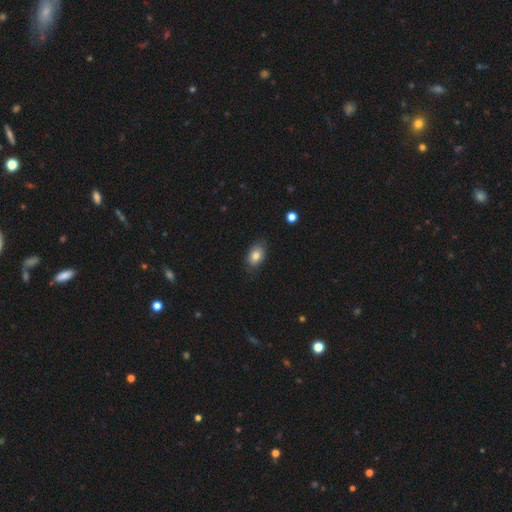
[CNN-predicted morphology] This appears to be a smooth galaxy with no disk features (79%) that is in between round and cigar-shaped (87%). Merging: none (79%).